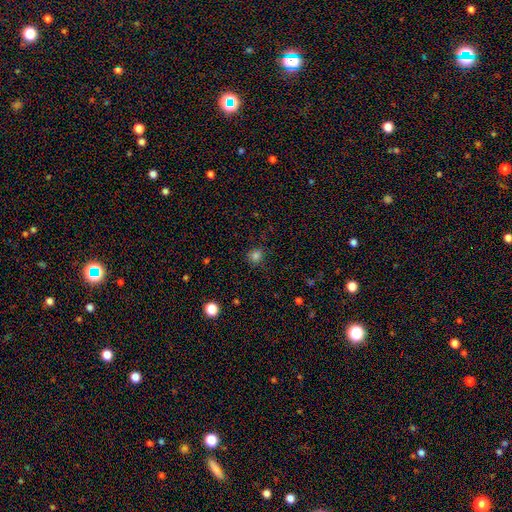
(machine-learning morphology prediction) type=smooth (80%); roundness=round (83%); merging=none (84%).